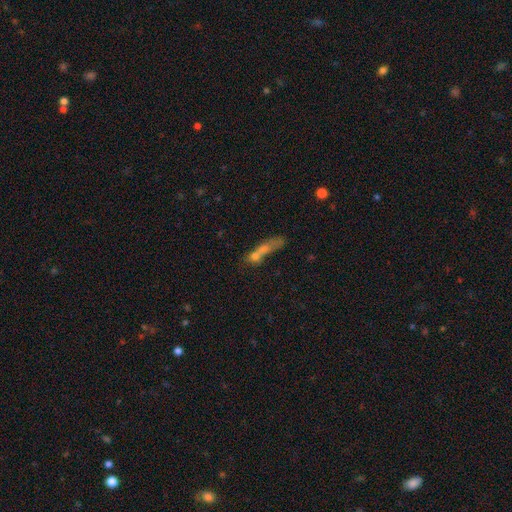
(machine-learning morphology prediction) type=smooth (59%); roundness=cigar-shaped (49%); merging=merger (55%).